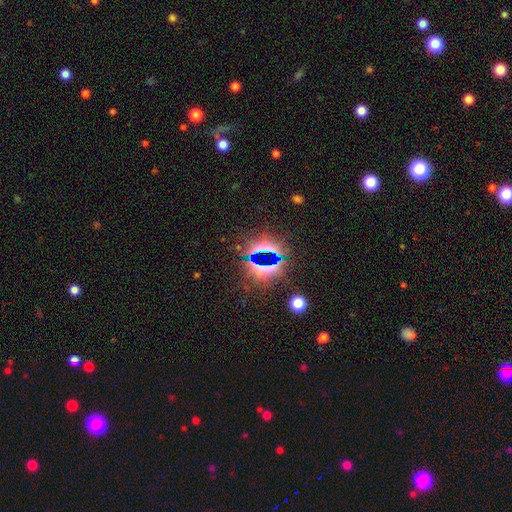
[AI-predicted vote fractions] Smooth or featured: star or artifact — 72% (smooth — 14%)